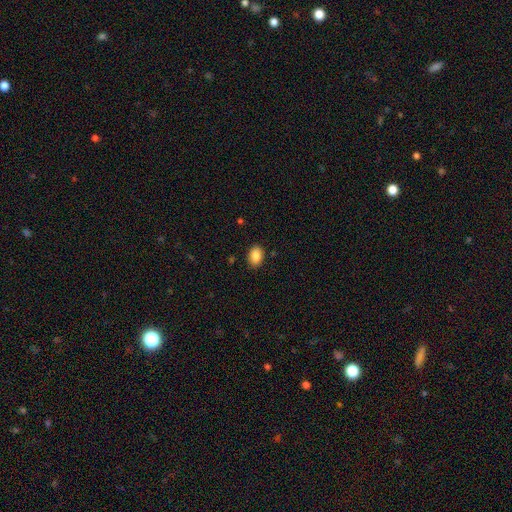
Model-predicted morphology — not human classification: smooth_or_featured: smooth (p=0.88) [alt: star or artifact p=0.08]
how_rounded: in between (p=0.82) [alt: round p=0.17]
merging: none (p=0.89) [alt: minor disturbance p=0.08]